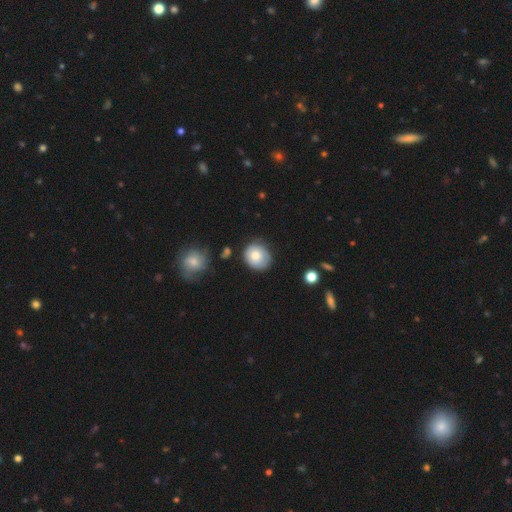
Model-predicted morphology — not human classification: Smooth or featured: smooth — 76% (featured or disk — 16%)
How rounded: round — 80% (in between — 19%)
Merging: none — 73% (minor disturbance — 20%)